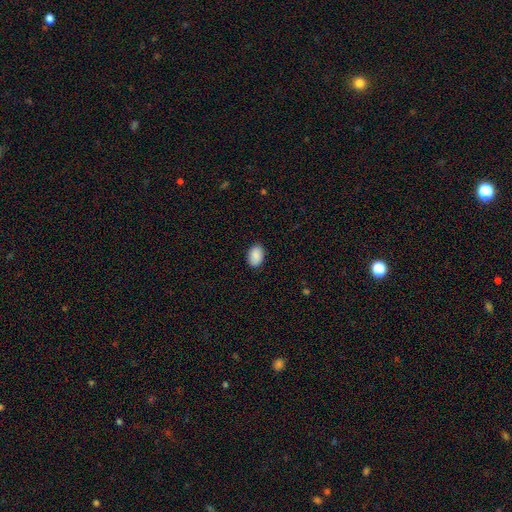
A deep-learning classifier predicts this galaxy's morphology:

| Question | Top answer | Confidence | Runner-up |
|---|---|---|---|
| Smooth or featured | smooth | 90% | star or artifact (7%) |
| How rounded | in between | 88% | round (11%) |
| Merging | none | 88% | minor disturbance (9%) |